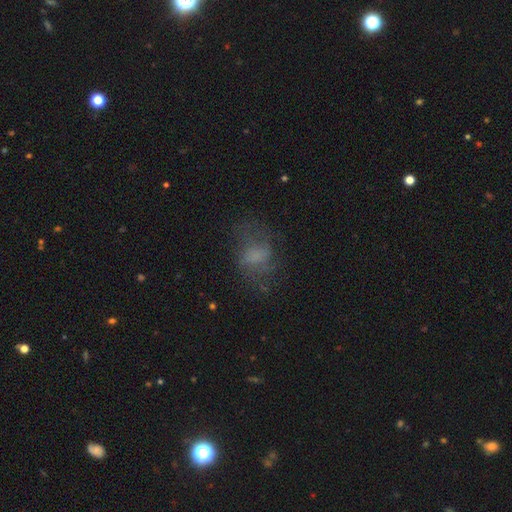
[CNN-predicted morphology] Smooth or featured? Predicted: smooth (p=0.45). Merging? Predicted: none (p=0.53).